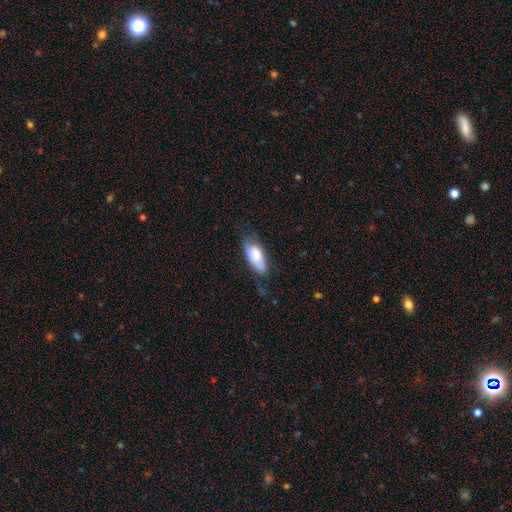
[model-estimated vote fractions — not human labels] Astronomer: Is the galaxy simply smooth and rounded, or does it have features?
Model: smooth — 73%.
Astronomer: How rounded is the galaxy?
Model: in between — 84%.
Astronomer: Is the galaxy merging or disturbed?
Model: none — 55% (runner-up: minor disturbance, 32%).